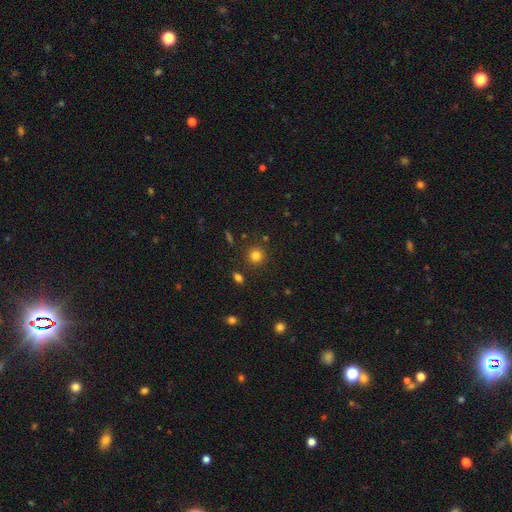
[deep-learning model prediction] Smooth or featured? Predicted: smooth (p=0.81). How rounded? Predicted: round (p=0.91). Merging? Predicted: none (p=0.86).